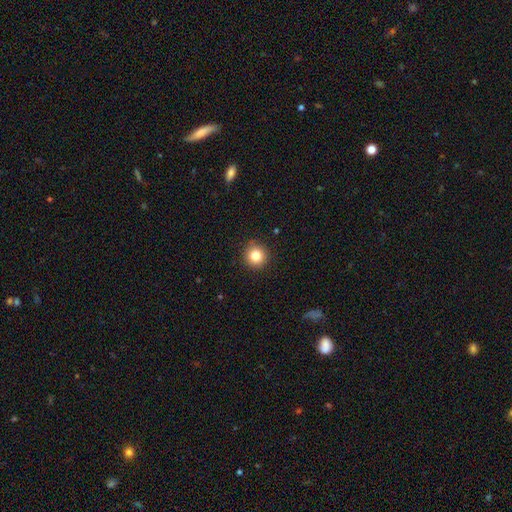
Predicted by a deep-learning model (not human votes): Smooth or featured: smooth — 82% (star or artifact — 11%)
How rounded: round — 94% (in between — 5%)
Merging: none — 90% (minor disturbance — 7%)